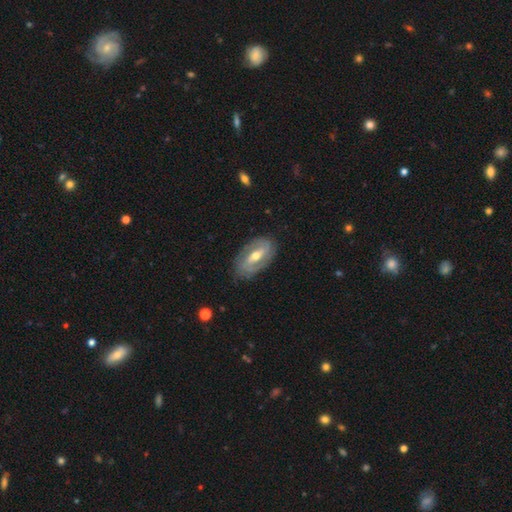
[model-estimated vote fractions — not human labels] Smooth or featured?
  - featured or disk: 78% *
  - smooth: 16%
  - star or artifact: 6%
Edge-on disk?
  - no: 91% *
  - yes: 9%
Bar?
  - strong: 47% *
  - weak: 35%
  - no: 17%
Spiral arms?
  - yes: 80% *
  - no: 20%
Spiral winding?
  - tight: 43% *
  - medium: 38%
  - loose: 20%
Spiral arm count?
  - 2: 78% *
  - can't tell: 13%
  - 1: 4%
  - 3: 2%
  - 4: 1%
  - more than 4: 1%
Bulge size?
  - moderate: 66% *
  - small: 29%
  - large: 3%
  - none: 1%
  - dominant: 1%
Merging?
  - none: 80% *
  - minor disturbance: 14%
  - major disturbance: 4%
  - merger: 1%